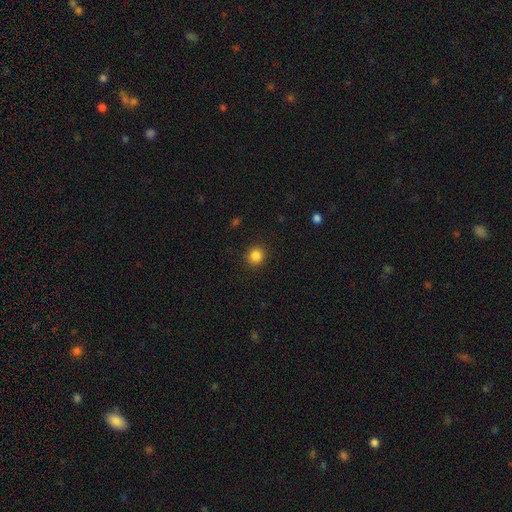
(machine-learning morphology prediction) Smooth or featured: smooth — 85% (star or artifact — 11%)
How rounded: round — 89% (in between — 10%)
Merging: none — 91% (minor disturbance — 6%)